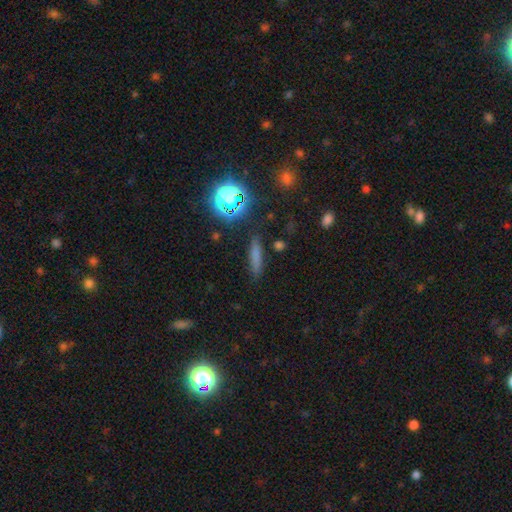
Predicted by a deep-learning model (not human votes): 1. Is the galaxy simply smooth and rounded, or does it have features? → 68% smooth, 19% star or artifact, 13% featured or disk.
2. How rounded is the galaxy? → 80% cigar-shaped, 15% in between, 5% round.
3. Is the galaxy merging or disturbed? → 84% none, 10% minor disturbance, 3% major disturbance, 2% merger.